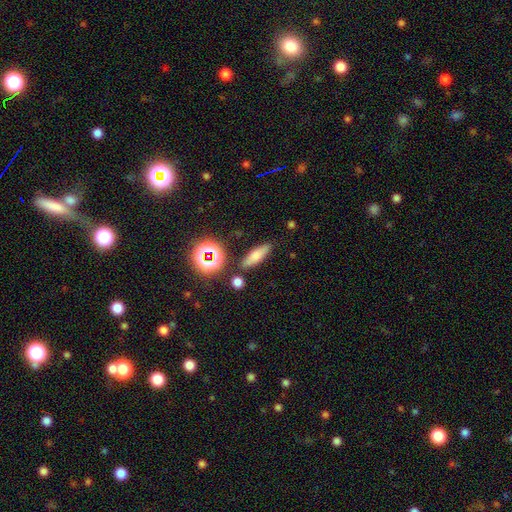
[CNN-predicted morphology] Smooth or featured?
  - smooth: 69% *
  - featured or disk: 16%
  - star or artifact: 15%
How rounded?
  - cigar-shaped: 47% *
  - in between: 44%
  - round: 8%
Merging?
  - none: 82% *
  - minor disturbance: 10%
  - merger: 5%
  - major disturbance: 3%